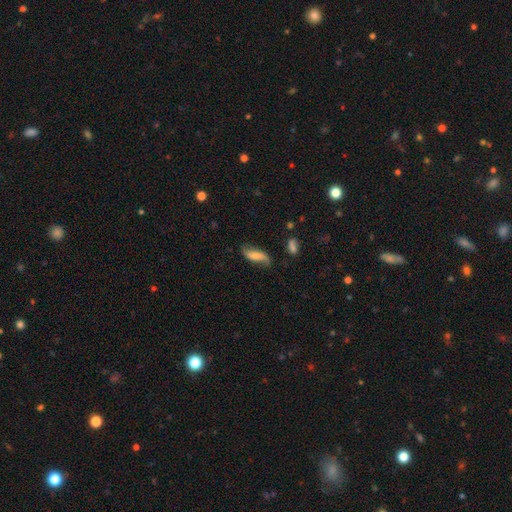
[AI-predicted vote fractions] The model was most divided on "smooth or featured": featured or disk: 54%, smooth: 37%, star or artifact: 8%. More confident: edge-on disk — no (89%); merging — none (66%).